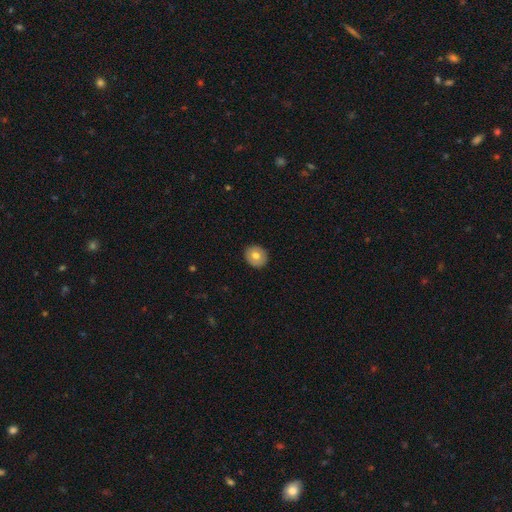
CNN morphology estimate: smooth 69%, featured or disk 24%, star or artifact 7%. Down the decision tree: how rounded — round (79%); merging — none (90%).